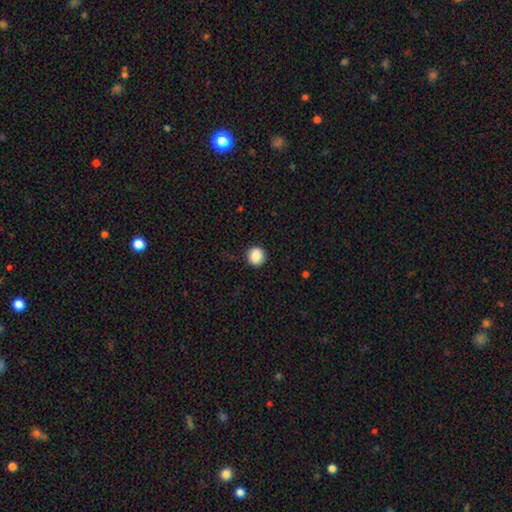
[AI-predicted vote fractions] Overall: smooth (88%). How rounded: round (91%). Merging: none (90%).